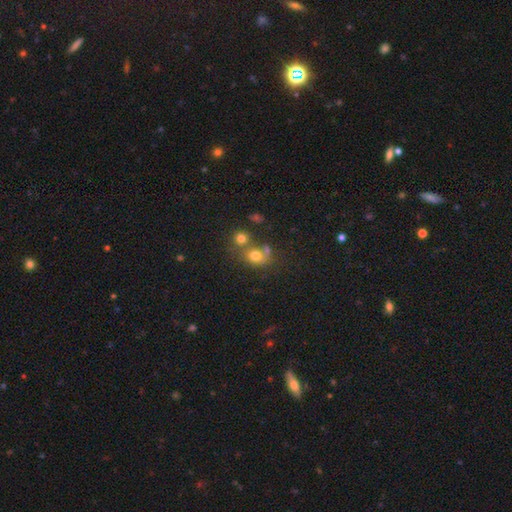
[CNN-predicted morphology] The model was most divided on "merging": none: 45%, merger: 38%, minor disturbance: 11%, major disturbance: 6%. More confident: smooth or featured — smooth (73%); how rounded — round (67%).